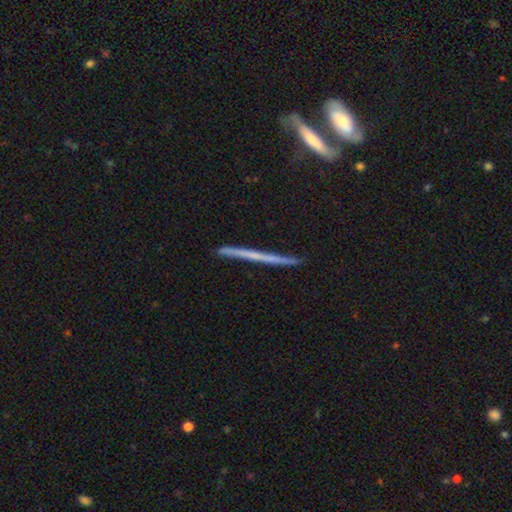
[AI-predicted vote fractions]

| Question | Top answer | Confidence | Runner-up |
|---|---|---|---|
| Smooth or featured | featured or disk | 62% | smooth (31%) |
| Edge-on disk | yes | 97% | no (3%) |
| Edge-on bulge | none | 79% | rounded (15%) |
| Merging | none | 86% | minor disturbance (9%) |